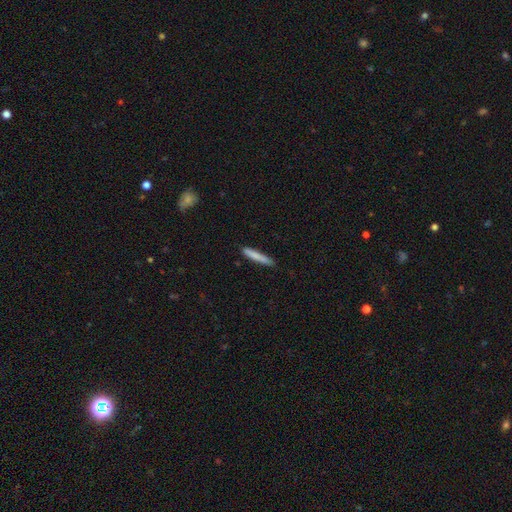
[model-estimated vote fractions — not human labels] A smooth galaxy with no disk features (80%) that is cigar-shaped (94%).

Vote fractions:
- Smooth or featured? smooth: 80% / featured or disk: 14% / star or artifact: 6%
- How rounded? cigar-shaped: 94% / in between: 4% / round: 1%
- Merging? none: 86% / minor disturbance: 11% / major disturbance: 2% / merger: 1%